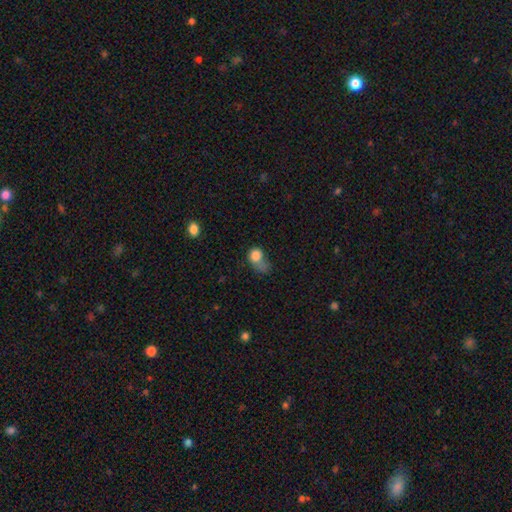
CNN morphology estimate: This is likely a smooth galaxy (78%). How rounded: likely round (63%). Merging: marginally major disturbance (41%).